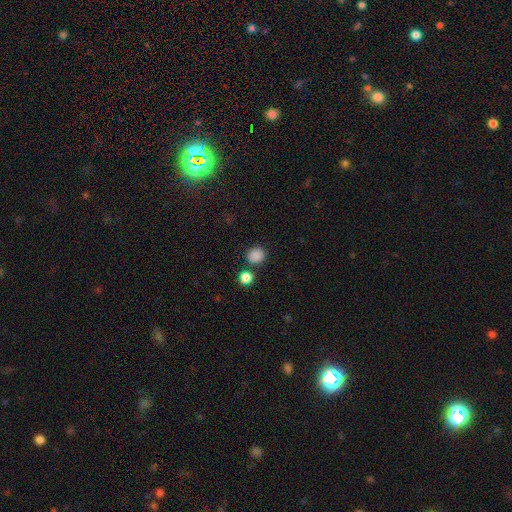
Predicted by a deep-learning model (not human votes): Smooth or featured?
  - smooth: 84% *
  - star or artifact: 12%
  - featured or disk: 3%
How rounded?
  - round: 83% *
  - in between: 16%
  - cigar-shaped: 1%
Merging?
  - none: 81% *
  - minor disturbance: 9%
  - merger: 7%
  - major disturbance: 3%